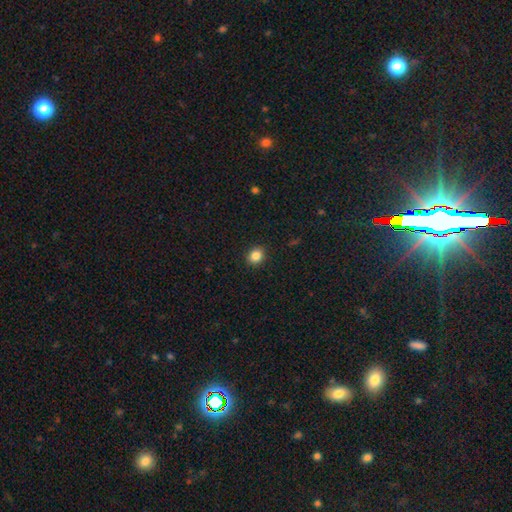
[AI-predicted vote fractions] Smooth or featured? smooth (85%)
How rounded? round (72%)
Merging? none (91%)